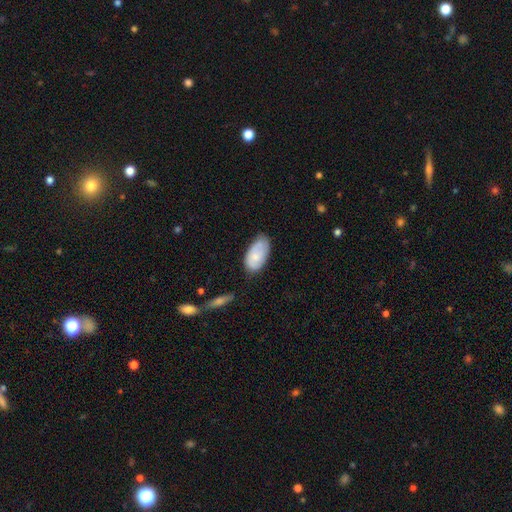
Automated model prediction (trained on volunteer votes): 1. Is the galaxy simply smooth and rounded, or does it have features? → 71% smooth, 23% featured or disk, 6% star or artifact.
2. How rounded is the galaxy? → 95% in between, 3% round, 2% cigar-shaped.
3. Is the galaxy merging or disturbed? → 62% none, 29% minor disturbance, 6% major disturbance, 3% merger.